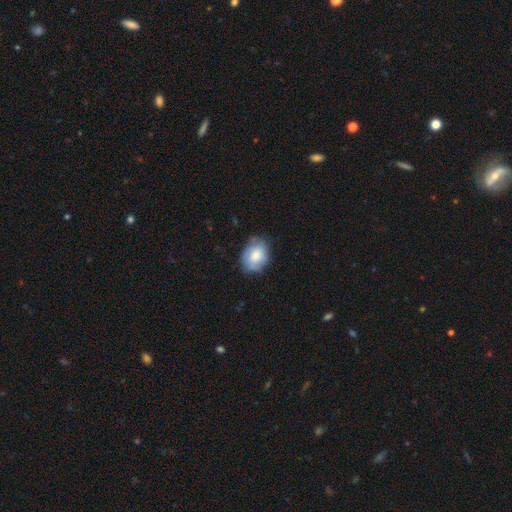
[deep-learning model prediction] This appears to be a smooth galaxy with no disk features (73%) that is in between round and cigar-shaped (61%). Merging: none (67%).